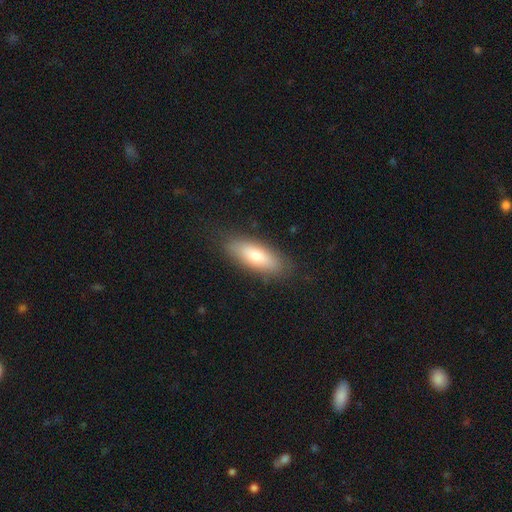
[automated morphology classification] Smooth or featured? smooth (73%)
How rounded? in between (65%)
Merging? none (84%)